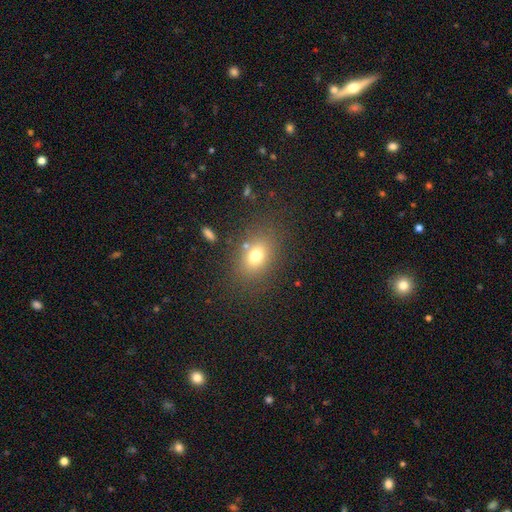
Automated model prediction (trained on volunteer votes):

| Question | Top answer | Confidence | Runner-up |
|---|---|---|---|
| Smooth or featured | smooth | 74% | star or artifact (14%) |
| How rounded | in between | 68% | round (31%) |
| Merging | none | 79% | minor disturbance (11%) |